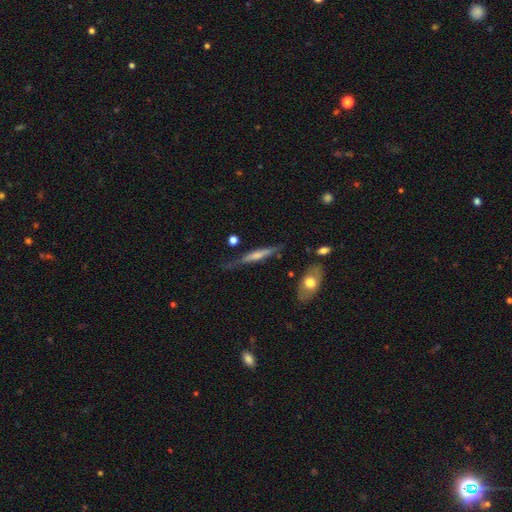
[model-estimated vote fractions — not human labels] Overall: featured or disk (62%; smooth 29%). Edge-on disk: yes (90%). Edge-on bulge: rounded (63%). Merging: none (67%).